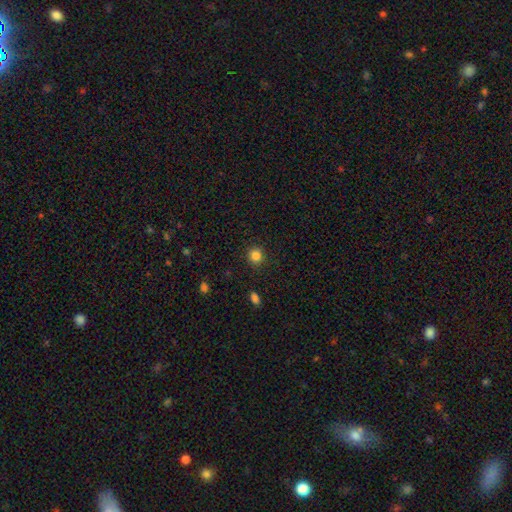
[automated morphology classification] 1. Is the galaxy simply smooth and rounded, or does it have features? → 84% smooth, 12% star or artifact, 4% featured or disk.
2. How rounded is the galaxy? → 90% round, 9% in between, 1% cigar-shaped.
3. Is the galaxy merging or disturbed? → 90% none, 6% minor disturbance, 2% major disturbance, 1% merger.